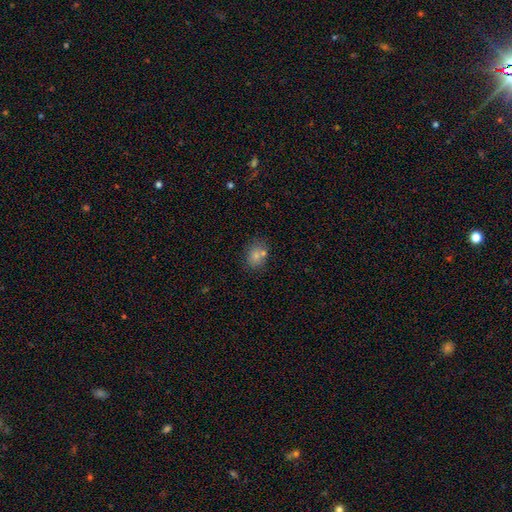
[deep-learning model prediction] A smooth galaxy with no disk features (67%) that is round (53%).

Vote fractions:
- Smooth or featured? smooth: 67% / star or artifact: 20% / featured or disk: 13%
- How rounded? round: 53% / in between: 46% / cigar-shaped: 1%
- Merging? none: 67% / merger: 18% / minor disturbance: 12% / major disturbance: 4%